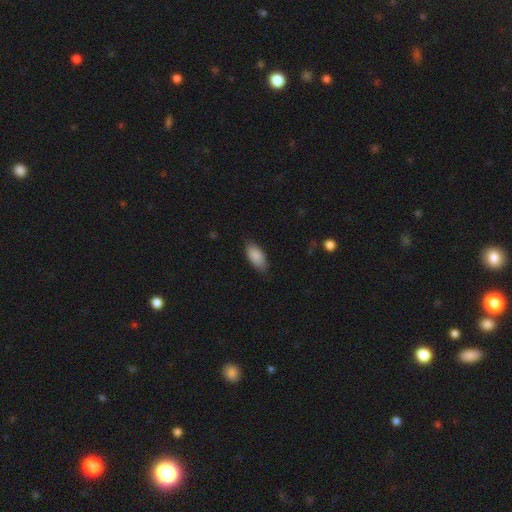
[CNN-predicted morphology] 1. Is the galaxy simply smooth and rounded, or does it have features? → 88% smooth, 6% star or artifact, 6% featured or disk.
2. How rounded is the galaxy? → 90% in between, 7% cigar-shaped, 2% round.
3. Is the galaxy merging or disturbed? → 77% none, 19% minor disturbance, 3% major disturbance, 1% merger.